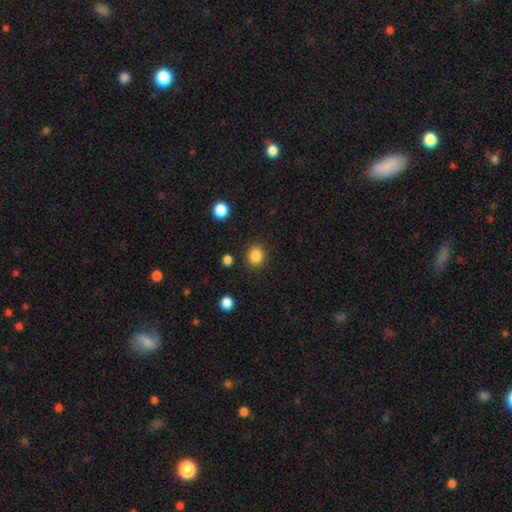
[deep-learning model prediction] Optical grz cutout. It shows a smooth galaxy with no disk features (85%) that is round (79%). Merging: none (88%).